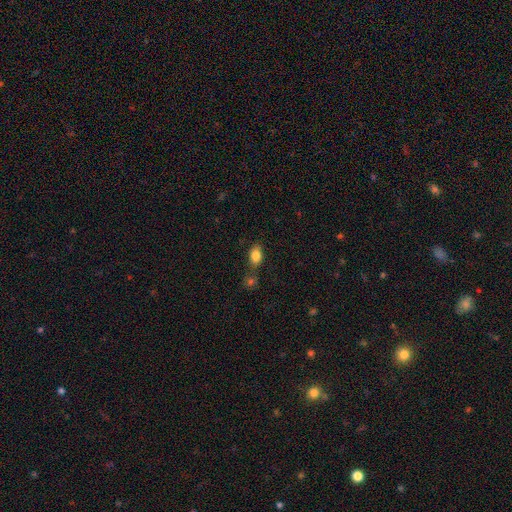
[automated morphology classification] type=smooth (84%); roundness=in between (82%); merging=none (66%).